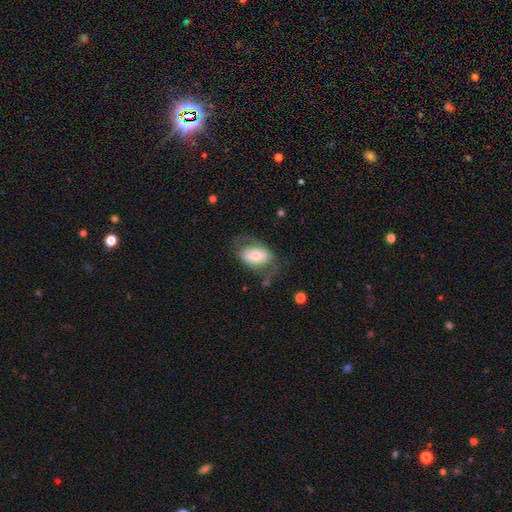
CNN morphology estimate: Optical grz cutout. It shows a smooth galaxy with no disk features (52%) that is in between round and cigar-shaped (83%). Merging: none (55%).